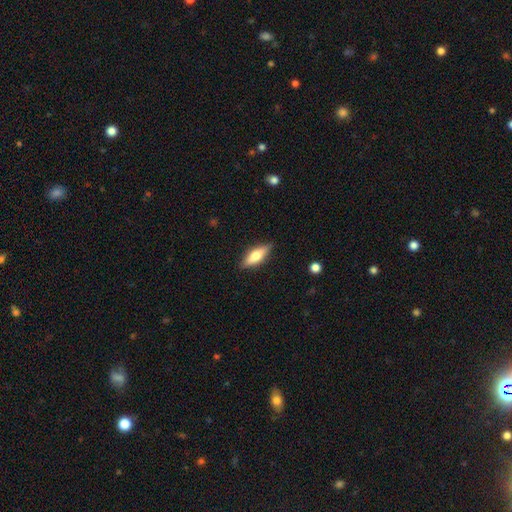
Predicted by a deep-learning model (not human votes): Morphology: type=smooth (64%); roundness=in between (60%); merging=none (87%).